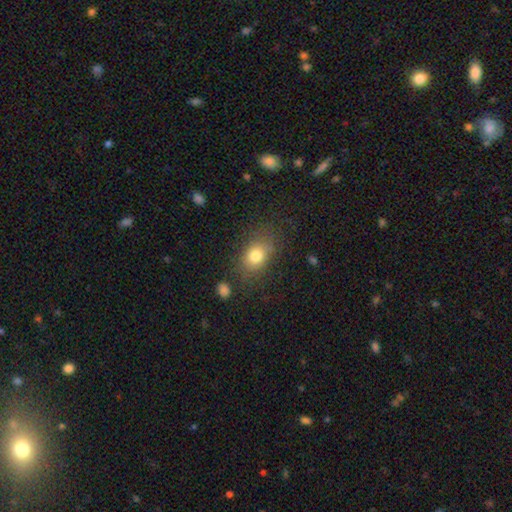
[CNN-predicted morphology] The model was most divided on "how rounded": in between: 68%, round: 31%, cigar-shaped: 2%. More confident: smooth or featured — smooth (78%); merging — none (73%).